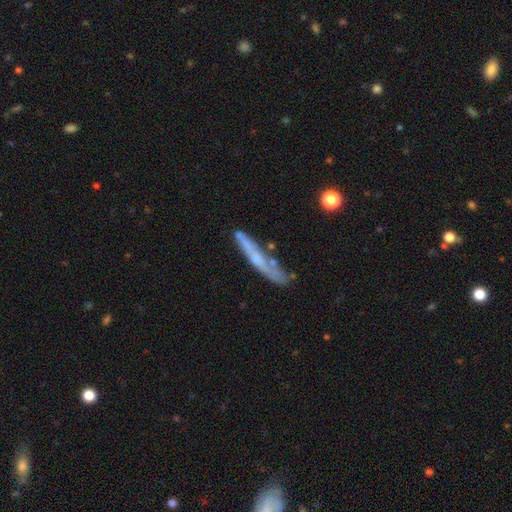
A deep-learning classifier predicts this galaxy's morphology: Smooth or featured?
  - featured or disk: 50% *
  - smooth: 41%
  - star or artifact: 9%
Edge-on disk?
  - yes: 72% *
  - no: 28%
Merging?
  - none: 55% *
  - minor disturbance: 25%
  - major disturbance: 11%
  - merger: 9%